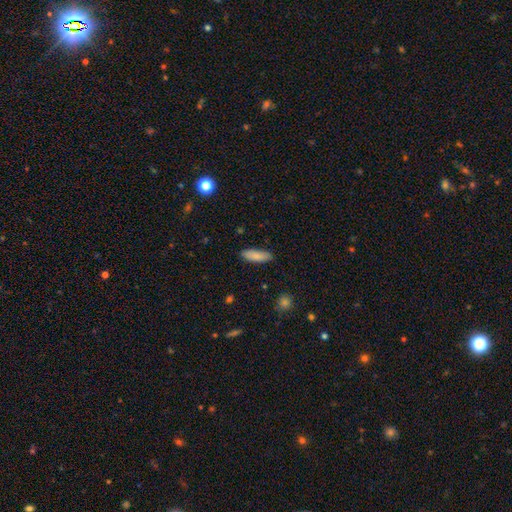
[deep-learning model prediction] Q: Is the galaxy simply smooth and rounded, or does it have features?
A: smooth — 86%.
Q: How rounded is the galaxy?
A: in between — 56%.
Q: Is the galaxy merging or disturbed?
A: none — 86%.